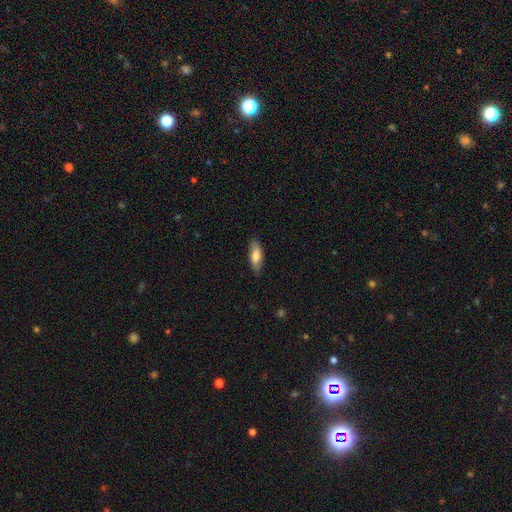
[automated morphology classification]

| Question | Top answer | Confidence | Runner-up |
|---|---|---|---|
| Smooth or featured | smooth | 74% | featured or disk (20%) |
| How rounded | in between | 70% | cigar-shaped (28%) |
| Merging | none | 80% | minor disturbance (16%) |